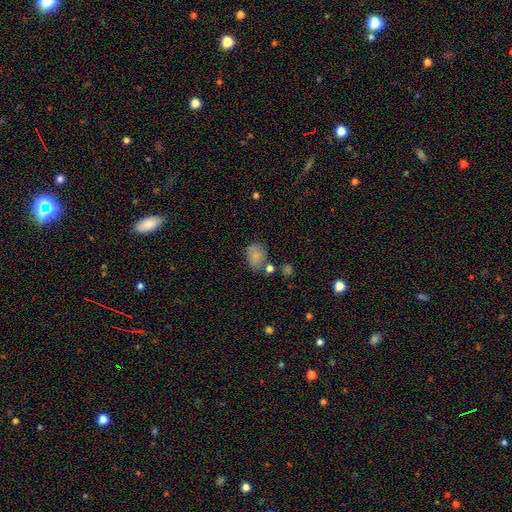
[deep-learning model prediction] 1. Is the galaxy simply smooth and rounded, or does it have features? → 80% smooth, 10% featured or disk, 10% star or artifact.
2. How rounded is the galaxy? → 65% in between, 34% round, 1% cigar-shaped.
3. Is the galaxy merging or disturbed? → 60% none, 20% minor disturbance, 13% merger, 7% major disturbance.